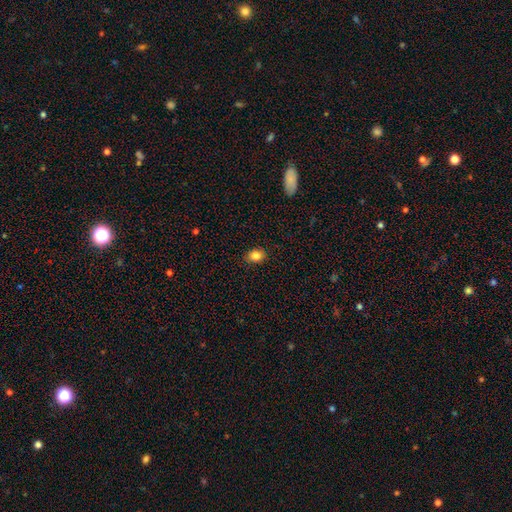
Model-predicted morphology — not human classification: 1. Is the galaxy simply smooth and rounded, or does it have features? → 85% smooth, 10% star or artifact, 5% featured or disk.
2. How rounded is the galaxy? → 61% in between, 38% round, 1% cigar-shaped.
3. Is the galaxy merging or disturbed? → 88% none, 9% minor disturbance, 2% major disturbance, 1% merger.